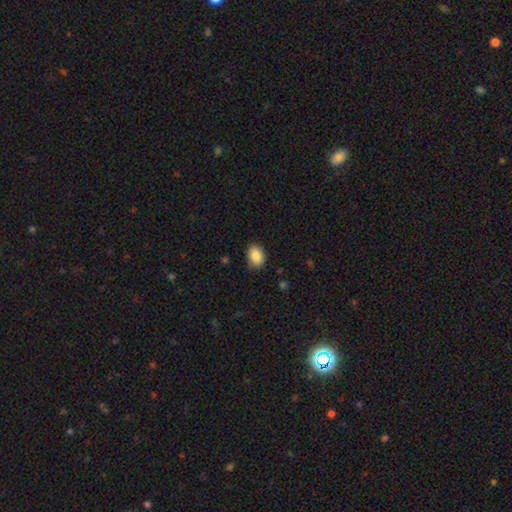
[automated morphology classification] This appears to be a smooth galaxy with no disk features (87%) that is in between round and cigar-shaped (72%). Merging: none (84%).